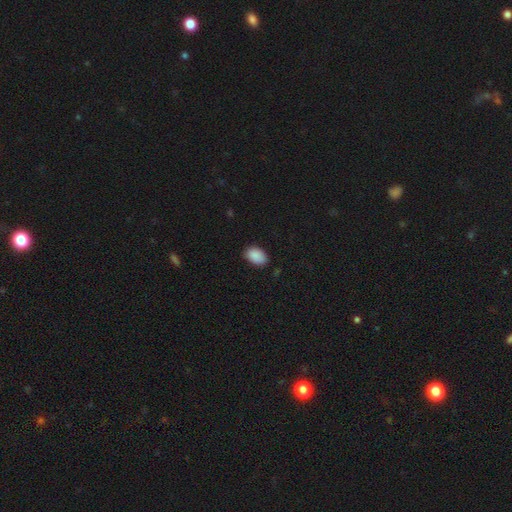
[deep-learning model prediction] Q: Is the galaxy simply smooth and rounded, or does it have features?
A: smooth — 89%.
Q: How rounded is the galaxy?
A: in between — 88%.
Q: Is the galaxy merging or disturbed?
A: none — 80%.